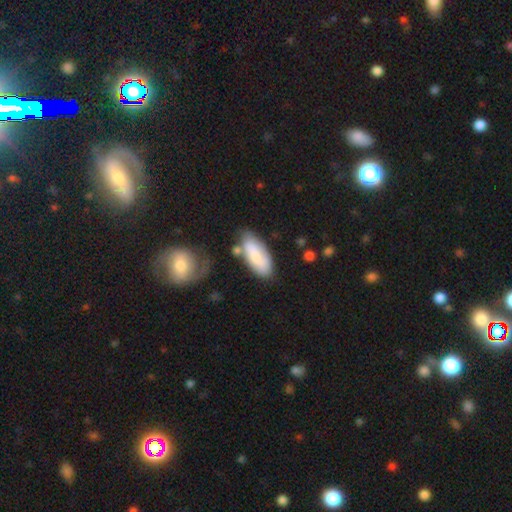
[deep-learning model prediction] A smooth galaxy with no disk features (72%) that is in between round and cigar-shaped (80%). Merging: none (61%).